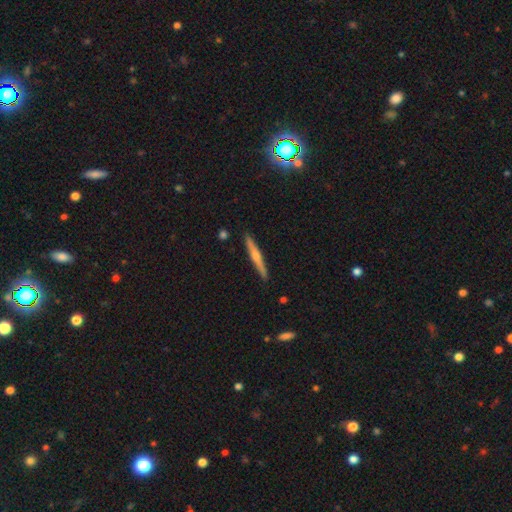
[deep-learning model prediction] The model was most divided on "smooth or featured": featured or disk: 64%, smooth: 30%, star or artifact: 7%. More confident: edge-on disk — yes (97%); merging — none (91%); edge-on bulge — rounded (78%).